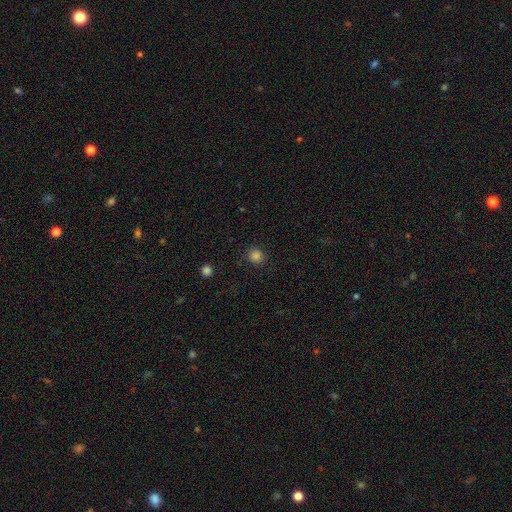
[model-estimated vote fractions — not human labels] Q: Smooth or featured?
A: smooth (83%); runner-up: star or artifact (13%)
Q: How rounded?
A: round (90%); runner-up: in between (9%)
Q: Merging?
A: none (88%); runner-up: minor disturbance (8%)